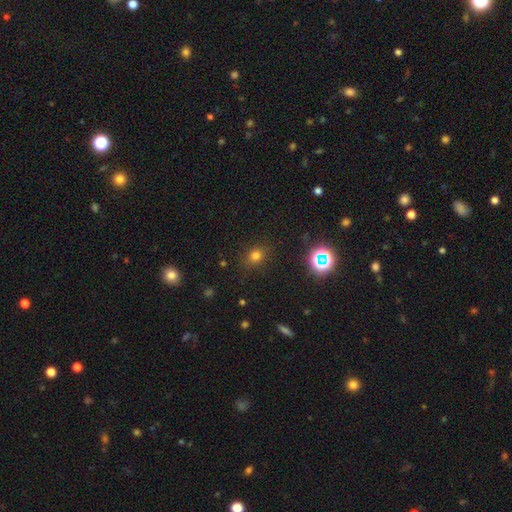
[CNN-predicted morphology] Q: Smooth or featured?
A: smooth (73%); runner-up: star or artifact (21%)
Q: How rounded?
A: round (72%); runner-up: in between (27%)
Q: Merging?
A: none (84%); runner-up: minor disturbance (11%)